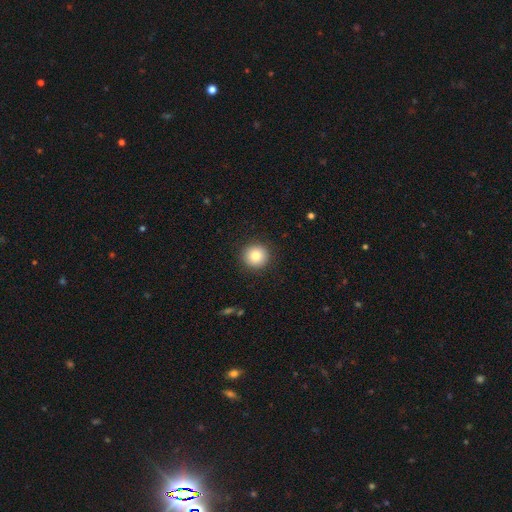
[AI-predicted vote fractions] Morphology: type=smooth (82%); roundness=round (95%); merging=none (91%).